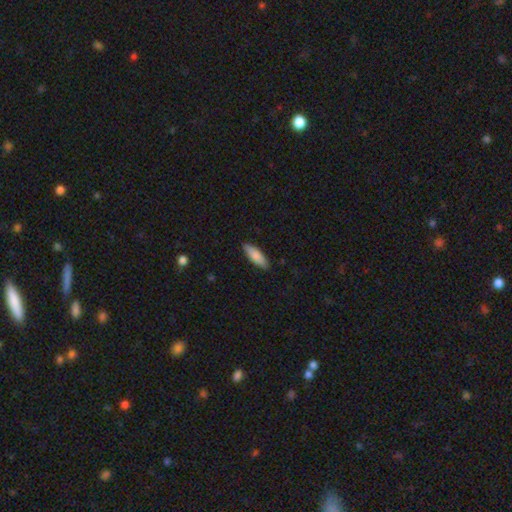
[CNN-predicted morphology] Smooth or featured?
  - smooth: 86% *
  - featured or disk: 9%
  - star or artifact: 5%
How rounded?
  - in between: 55% *
  - cigar-shaped: 43%
  - round: 2%
Merging?
  - none: 88% *
  - minor disturbance: 9%
  - major disturbance: 2%
  - merger: 1%